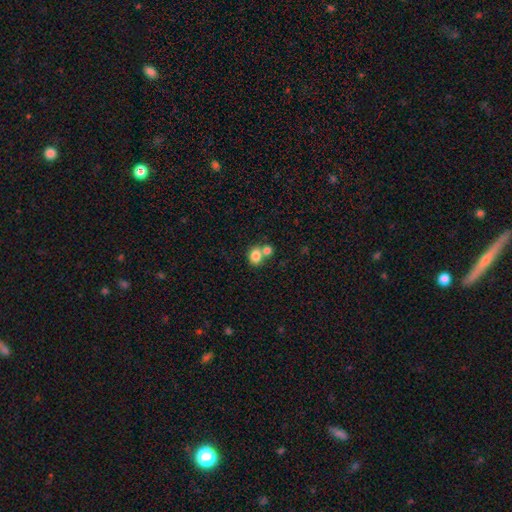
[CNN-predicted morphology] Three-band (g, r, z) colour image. It shows a smooth galaxy with no disk features (82%) that is round (50%). Merging: merger (49%).